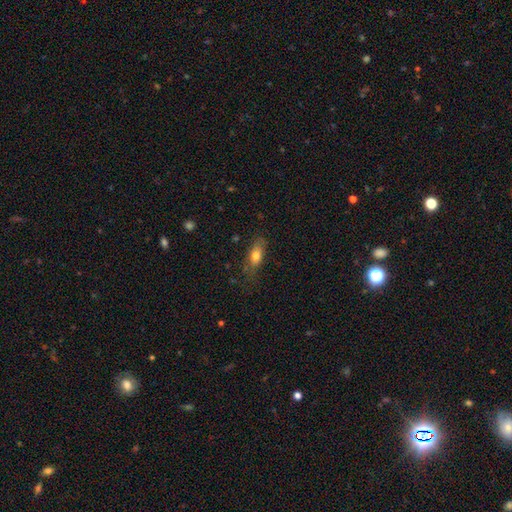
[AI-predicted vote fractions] Smooth or featured: smooth — 75% (featured or disk — 18%)
How rounded: in between — 76% (cigar-shaped — 19%)
Merging: none — 68% (minor disturbance — 23%)